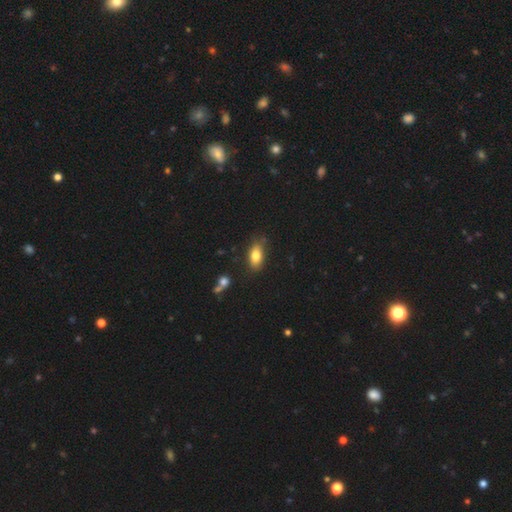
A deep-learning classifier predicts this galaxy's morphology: This is clearly a smooth galaxy (80%). How rounded: clearly in between (88%). Merging: likely none (78%).